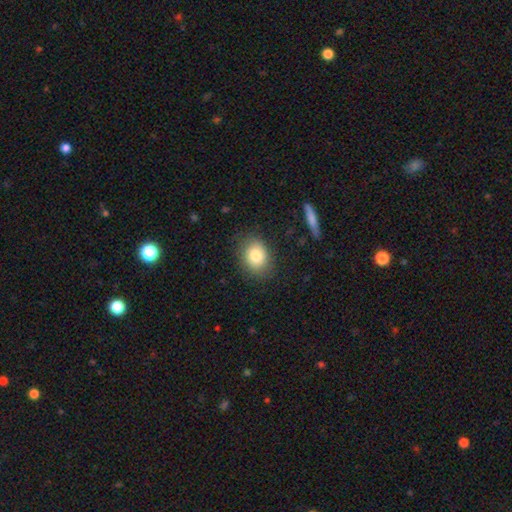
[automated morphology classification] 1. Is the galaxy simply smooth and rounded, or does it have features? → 81% smooth, 11% featured or disk, 8% star or artifact.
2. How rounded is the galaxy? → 59% in between, 40% round, 1% cigar-shaped.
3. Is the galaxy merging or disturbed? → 81% none, 13% minor disturbance, 4% major disturbance, 1% merger.